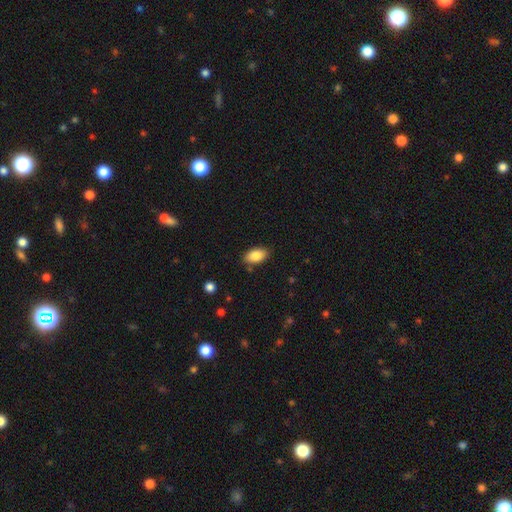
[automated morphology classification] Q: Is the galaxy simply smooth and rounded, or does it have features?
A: smooth — 86%.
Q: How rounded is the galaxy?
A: in between — 93%.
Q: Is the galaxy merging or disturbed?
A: none — 84%.